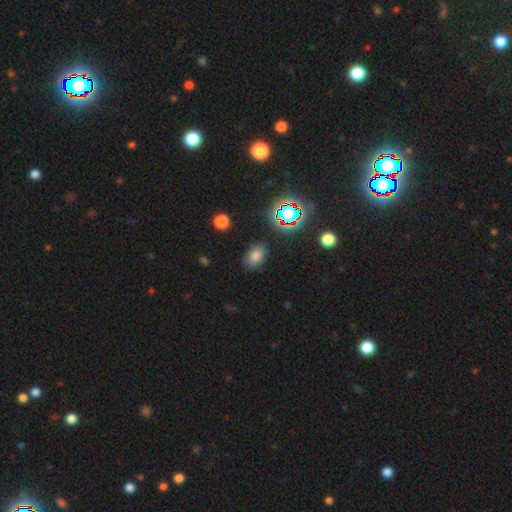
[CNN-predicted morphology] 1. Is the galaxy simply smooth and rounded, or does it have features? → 74% smooth, 19% star or artifact, 7% featured or disk.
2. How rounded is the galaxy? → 82% in between, 16% round, 1% cigar-shaped.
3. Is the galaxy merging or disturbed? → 82% none, 12% minor disturbance, 4% major disturbance, 2% merger.